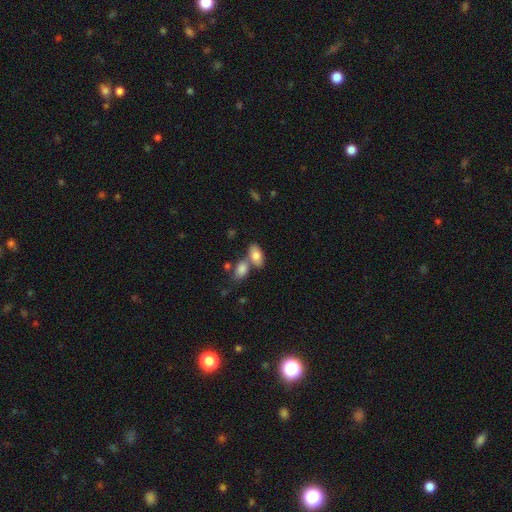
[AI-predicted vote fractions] Q: Smooth or featured?
A: smooth (80%); runner-up: featured or disk (13%)
Q: How rounded?
A: in between (91%); runner-up: round (6%)
Q: Merging?
A: none (48%); runner-up: merger (36%)